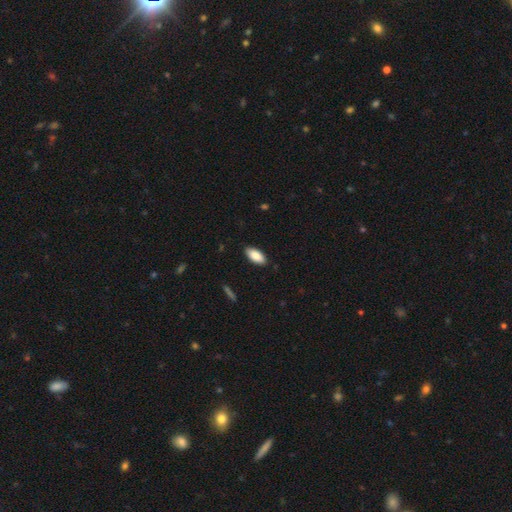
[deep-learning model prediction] smooth-or-featured: smooth: 87% | featured or disk: 7% | star or artifact: 6%
  how-rounded: in between: 91% | cigar-shaped: 7% | round: 2%
  merging: none: 88% | minor disturbance: 9% | major disturbance: 2% | merger: 1%